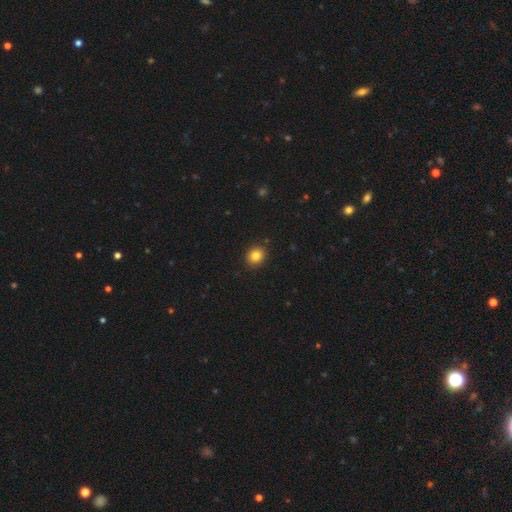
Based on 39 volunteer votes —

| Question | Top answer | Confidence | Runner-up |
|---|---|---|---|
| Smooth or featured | smooth | 87% | star or artifact (8%) |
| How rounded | round | 88% | in between (12%) |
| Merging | none | 92% | minor disturbance (3%) |